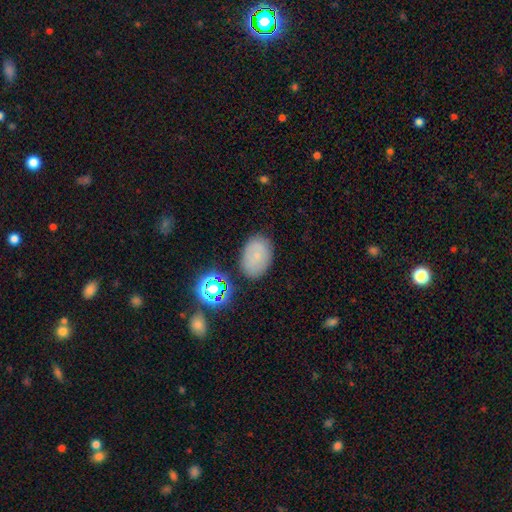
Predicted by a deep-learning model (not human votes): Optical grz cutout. It shows a smooth galaxy with no disk features (66%) that is in between round and cigar-shaped (80%). Merging: none (80%).